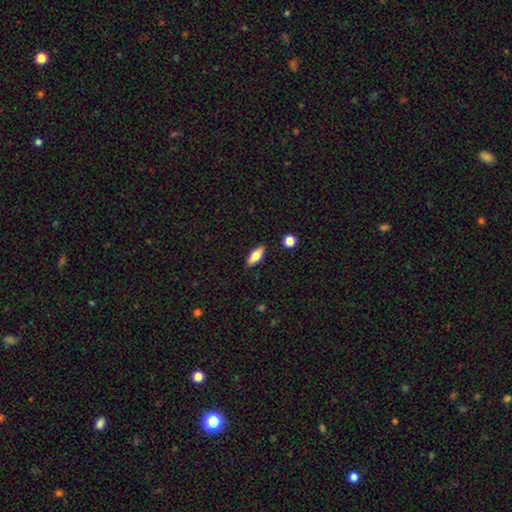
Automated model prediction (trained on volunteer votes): A smooth galaxy with no disk features (72%) that is in between round and cigar-shaped (72%). Merging: none (87%).